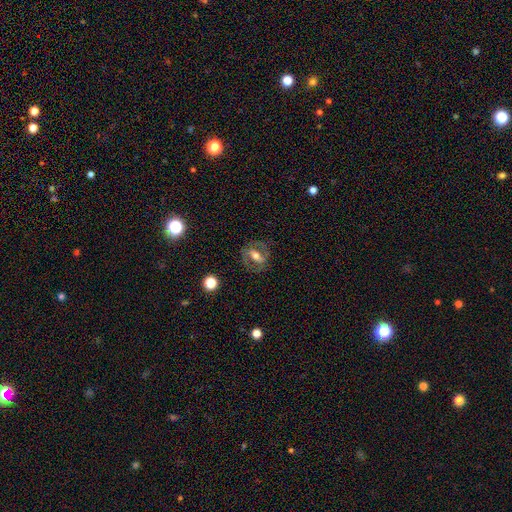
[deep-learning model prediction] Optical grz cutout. It shows a featured or disk galaxy (66%) with a strong bar (44%), spiral arms (56%) and a moderate central bulge (68%). Merging: none (76%).